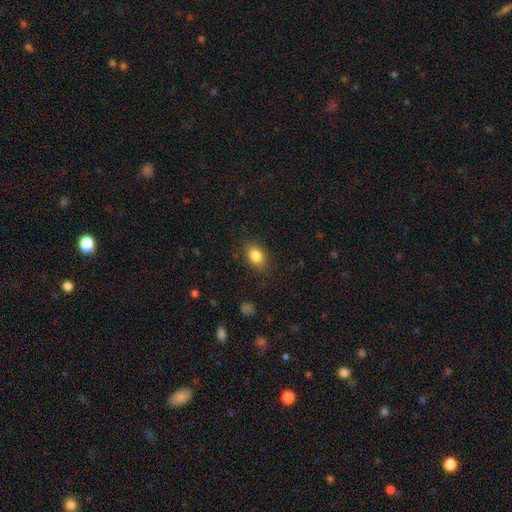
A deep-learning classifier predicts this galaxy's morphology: Smooth or featured? Predicted: smooth (p=0.84). How rounded? Predicted: in between (p=0.80). Merging? Predicted: none (p=0.84).